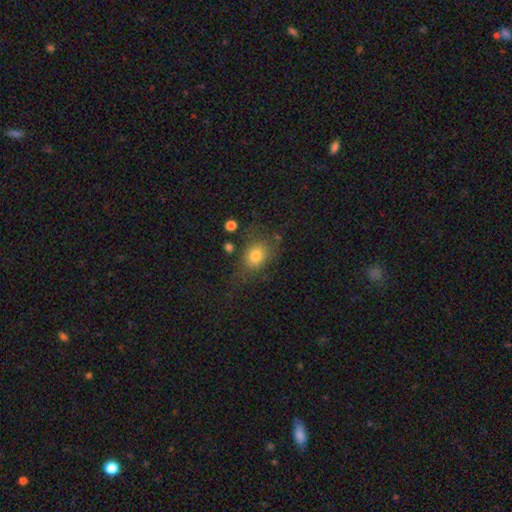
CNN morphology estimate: A smooth galaxy with no disk features (76%) that is in between round and cigar-shaped (61%). Merging: none (59%).